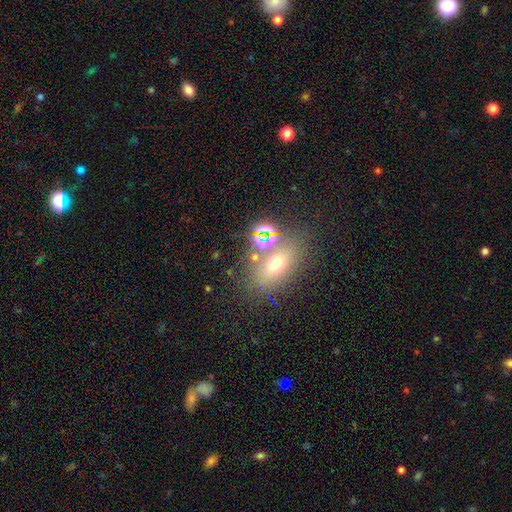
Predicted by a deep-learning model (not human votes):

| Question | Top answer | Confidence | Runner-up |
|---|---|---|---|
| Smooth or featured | smooth | 53% | star or artifact (27%) |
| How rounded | in between | 66% | round (29%) |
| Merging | none | 64% | merger (17%) |